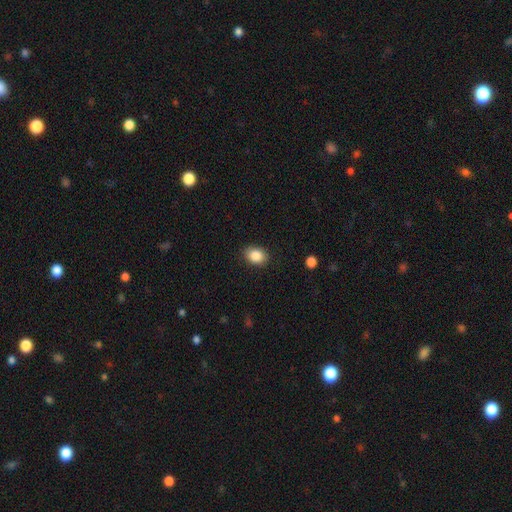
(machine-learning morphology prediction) A smooth galaxy with no disk features (88%) that is in between round and cigar-shaped (66%). Merging: none (87%).